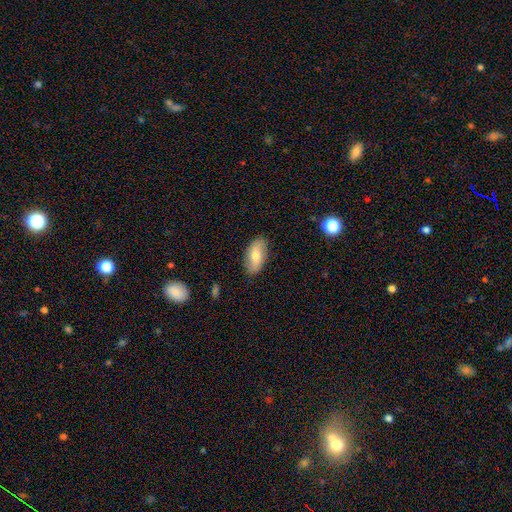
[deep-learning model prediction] Smooth or featured?
  - smooth: 65% *
  - featured or disk: 29%
  - star or artifact: 6%
How rounded?
  - in between: 91% *
  - cigar-shaped: 6%
  - round: 3%
Merging?
  - none: 85% *
  - minor disturbance: 12%
  - major disturbance: 2%
  - merger: 1%